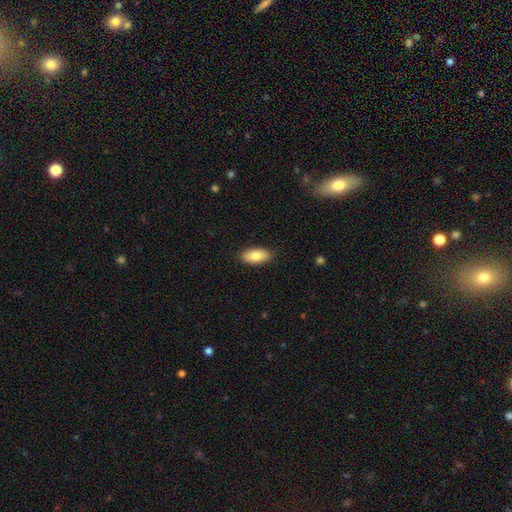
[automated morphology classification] This is clearly a smooth galaxy (81%). How rounded: clearly in between (92%). Merging: clearly none (88%).